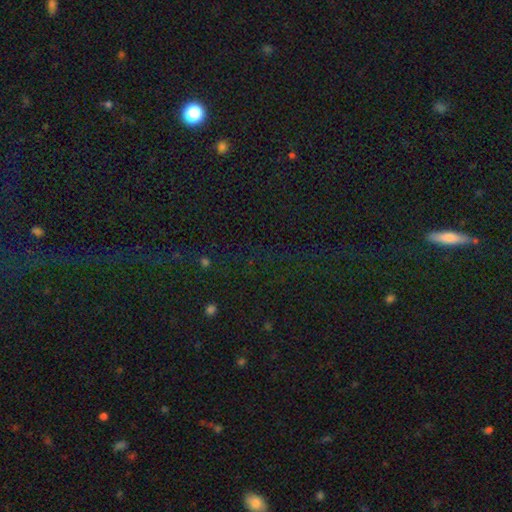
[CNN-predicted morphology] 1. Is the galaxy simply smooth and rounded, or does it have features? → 71% star or artifact, 17% smooth, 12% featured or disk.